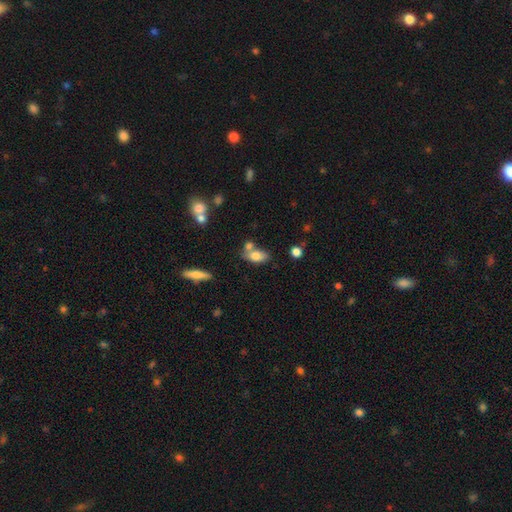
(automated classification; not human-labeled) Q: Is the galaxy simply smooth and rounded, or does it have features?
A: smooth — 75%.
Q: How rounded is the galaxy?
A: in between — 86%.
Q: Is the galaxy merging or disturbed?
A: none — 54%.